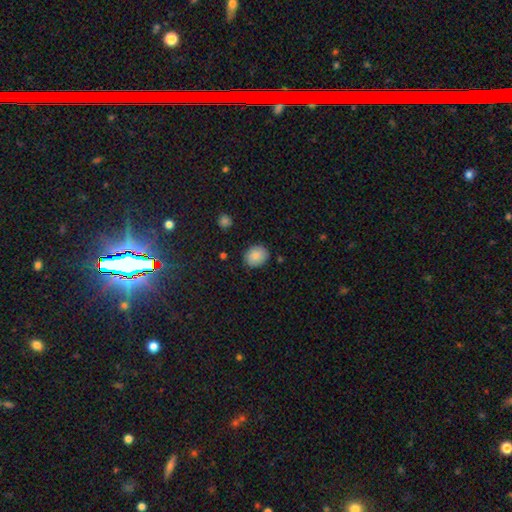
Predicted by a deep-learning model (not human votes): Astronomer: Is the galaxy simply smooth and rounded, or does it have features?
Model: smooth — 86%.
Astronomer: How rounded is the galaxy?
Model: round — 59% (runner-up: in between, 40%).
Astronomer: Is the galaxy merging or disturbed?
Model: none — 82%.